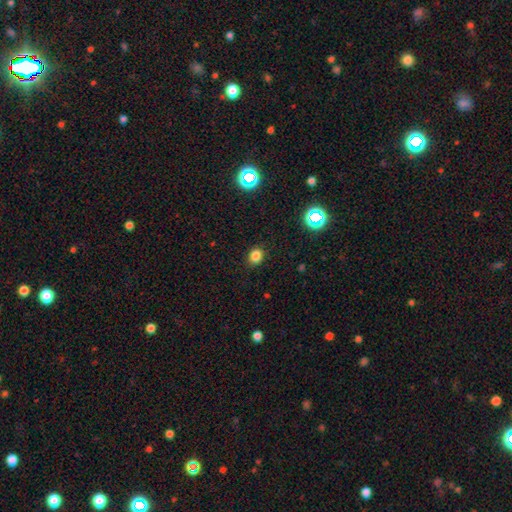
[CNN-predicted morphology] type=smooth (81%); roundness=round (64%); merging=none (89%).